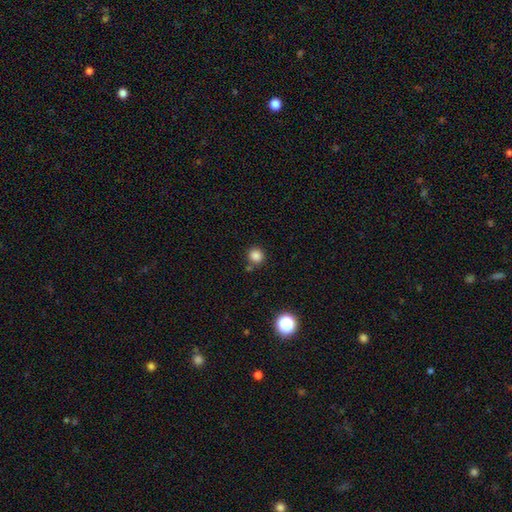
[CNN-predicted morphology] This appears to be a smooth galaxy with no disk features (84%) that is round (93%). Merging: none (81%).